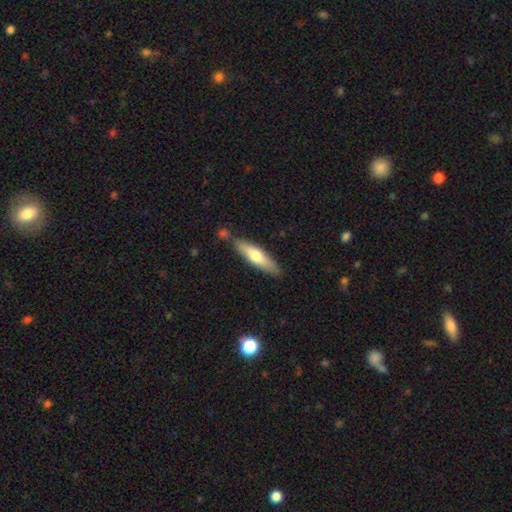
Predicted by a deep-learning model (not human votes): A smooth galaxy with no disk features (61%) that is cigar-shaped (75%).

Vote fractions:
- Smooth or featured? smooth: 61% / featured or disk: 34% / star or artifact: 5%
- How rounded? cigar-shaped: 75% / in between: 24% / round: 2%
- Merging? none: 77% / minor disturbance: 13% / merger: 8% / major disturbance: 3%